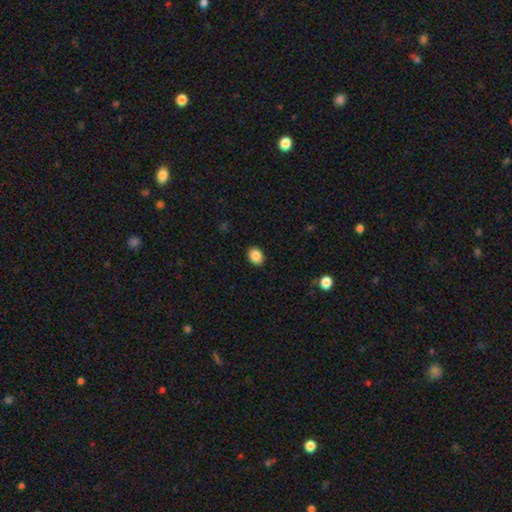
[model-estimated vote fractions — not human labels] Overall: smooth (88%). How rounded: in between (54%; round 45%). Merging: none (90%).